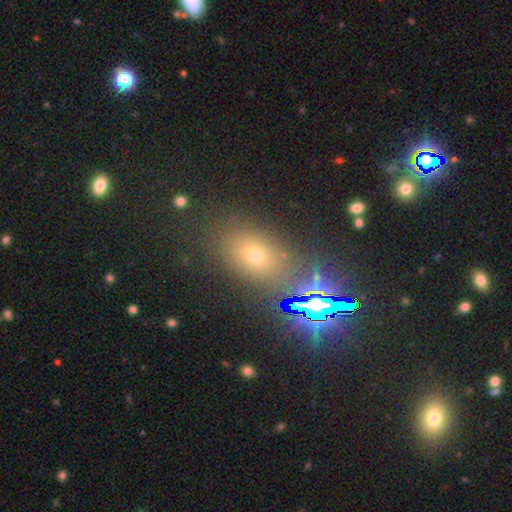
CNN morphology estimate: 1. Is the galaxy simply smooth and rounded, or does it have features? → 54% smooth, 33% star or artifact, 14% featured or disk.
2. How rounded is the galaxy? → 71% in between, 26% round, 3% cigar-shaped.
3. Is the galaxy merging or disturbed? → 80% none, 11% minor disturbance, 5% major disturbance, 4% merger.